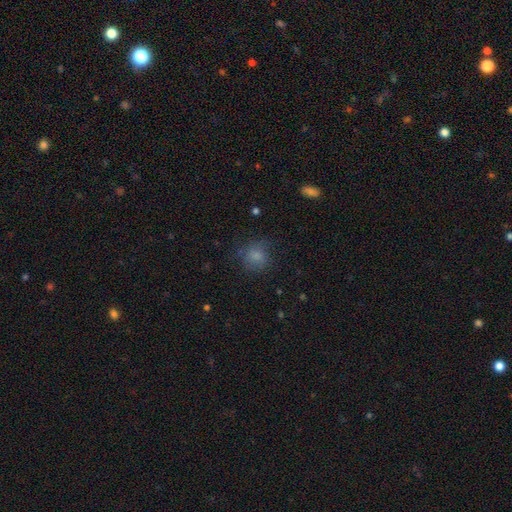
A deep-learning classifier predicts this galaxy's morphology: smooth-or-featured: smooth: 79% | star or artifact: 12% | featured or disk: 9%
  how-rounded: round: 82% | in between: 17% | cigar-shaped: 1%
  merging: none: 68% | minor disturbance: 20% | major disturbance: 10% | merger: 2%